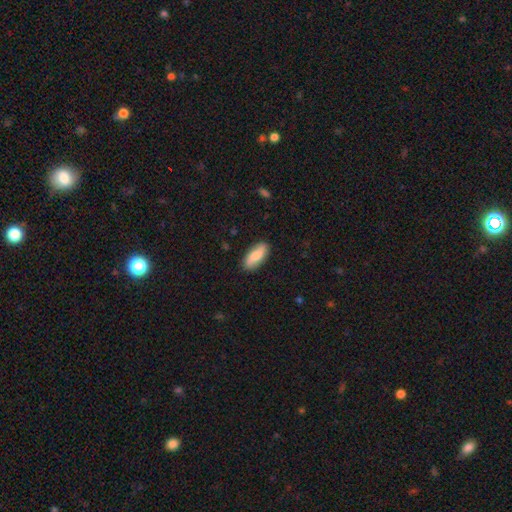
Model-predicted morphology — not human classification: Smooth or featured?
  - smooth: 71% *
  - featured or disk: 23%
  - star or artifact: 6%
How rounded?
  - in between: 83% *
  - cigar-shaped: 14%
  - round: 3%
Merging?
  - none: 86% *
  - minor disturbance: 10%
  - major disturbance: 2%
  - merger: 1%